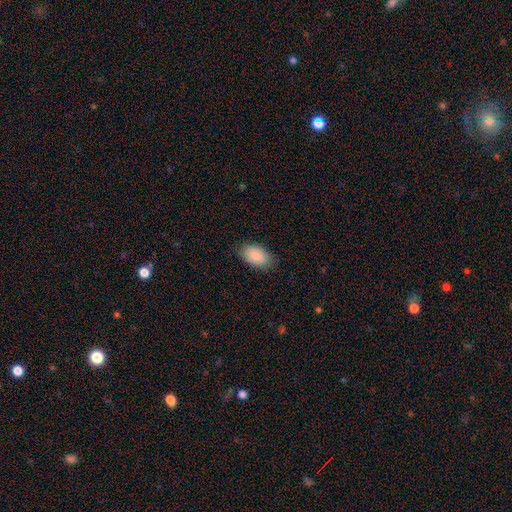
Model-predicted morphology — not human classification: smooth-or-featured: smooth: 87% | featured or disk: 7% | star or artifact: 6%
  how-rounded: in between: 94% | round: 5% | cigar-shaped: 1%
  merging: none: 82% | minor disturbance: 14% | major disturbance: 3% | merger: 1%